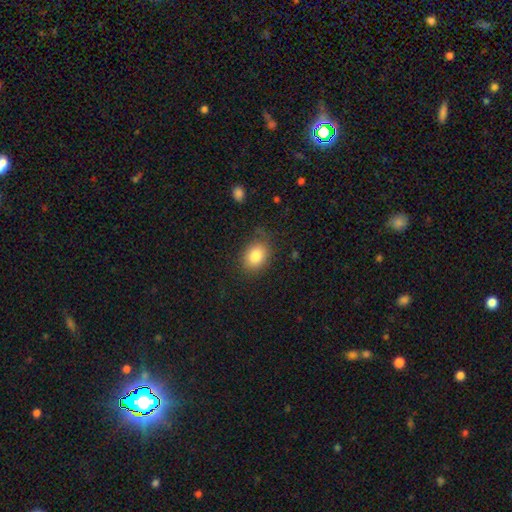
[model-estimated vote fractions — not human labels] The model was most divided on "how rounded": in between: 65%, round: 34%, cigar-shaped: 1%. More confident: smooth or featured — smooth (83%); merging — none (78%).